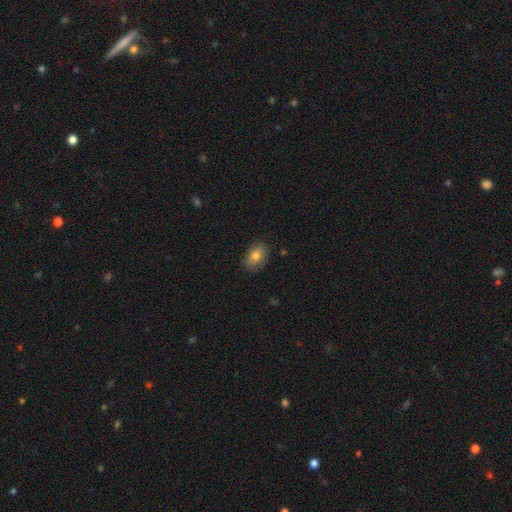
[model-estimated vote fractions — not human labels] A smooth galaxy with no disk features (78%) that is in between round and cigar-shaped (79%). Merging: none (83%).